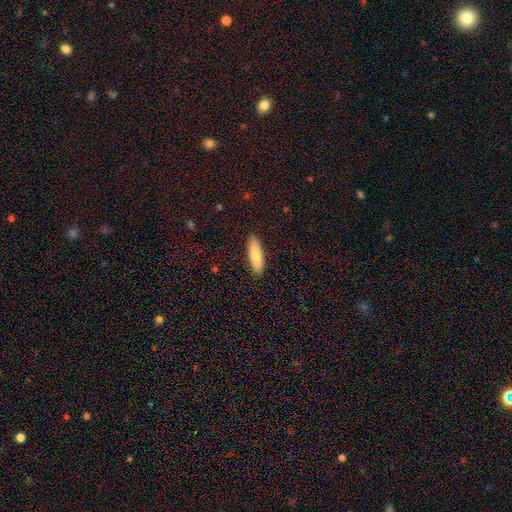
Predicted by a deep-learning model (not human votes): This appears to be a smooth galaxy with no disk features (79%) that is cigar-shaped (58%). Merging: none (89%).